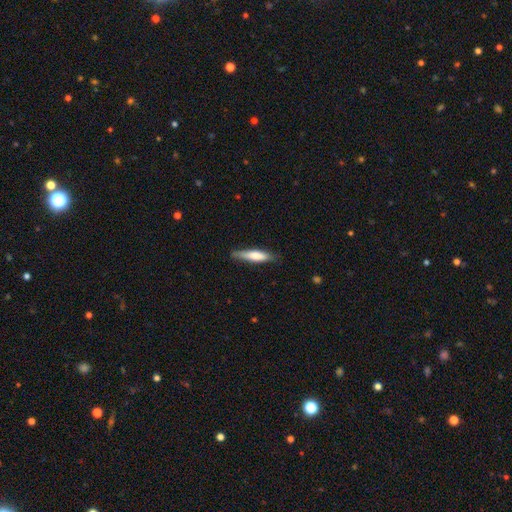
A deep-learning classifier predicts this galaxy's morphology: Smooth or featured?
  - smooth: 64% *
  - featured or disk: 31%
  - star or artifact: 5%
How rounded?
  - cigar-shaped: 82% *
  - in between: 17%
  - round: 1%
Merging?
  - none: 79% *
  - minor disturbance: 17%
  - major disturbance: 3%
  - merger: 1%